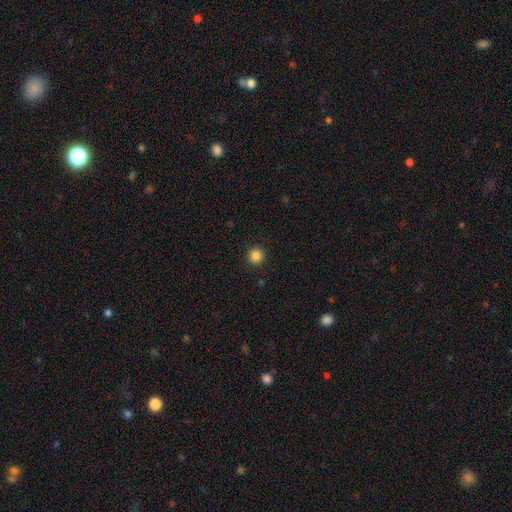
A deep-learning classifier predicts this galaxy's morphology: smooth 85%, star or artifact 12%, featured or disk 3%. Down the decision tree: how rounded — round (94%); merging — none (92%).